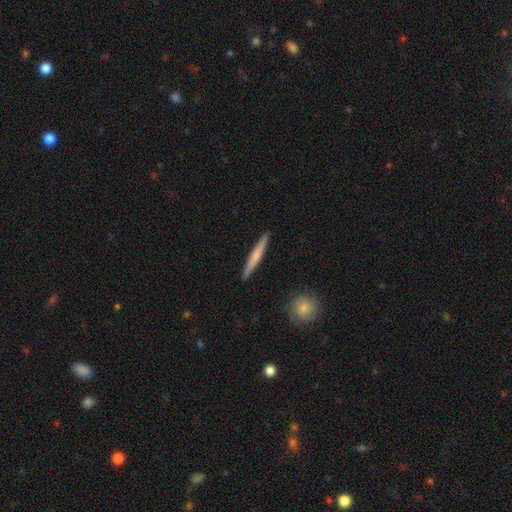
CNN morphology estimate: A smooth galaxy with no disk features (55%) that is cigar-shaped (96%). Merging: none (91%).